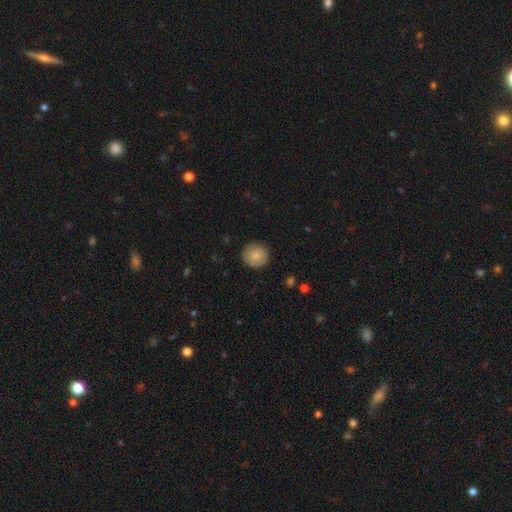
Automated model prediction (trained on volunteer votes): Smooth or featured?
  - smooth: 83% *
  - featured or disk: 9%
  - star or artifact: 7%
How rounded?
  - round: 94% *
  - in between: 6%
  - cigar-shaped: 1%
Merging?
  - none: 89% *
  - minor disturbance: 8%
  - major disturbance: 2%
  - merger: 1%